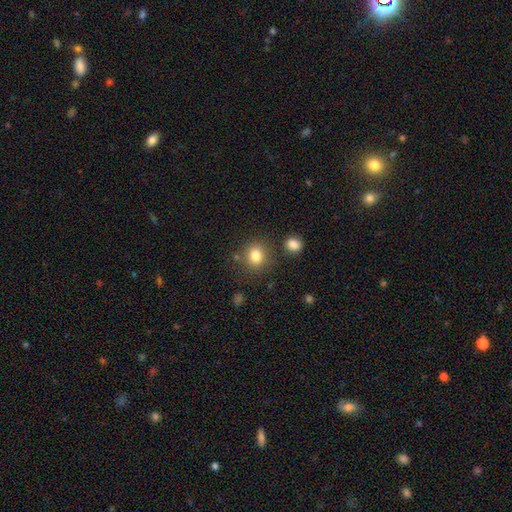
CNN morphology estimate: A smooth galaxy with no disk features (82%) that is round (78%). Merging: none (78%).